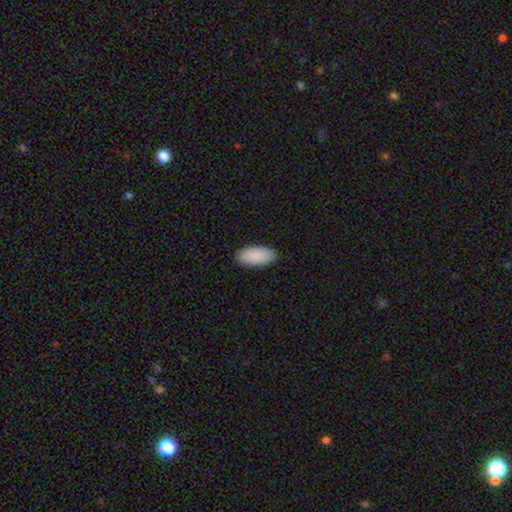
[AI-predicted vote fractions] Smooth or featured? Predicted: smooth (p=0.90). How rounded? Predicted: in between (p=0.92). Merging? Predicted: none (p=0.88).